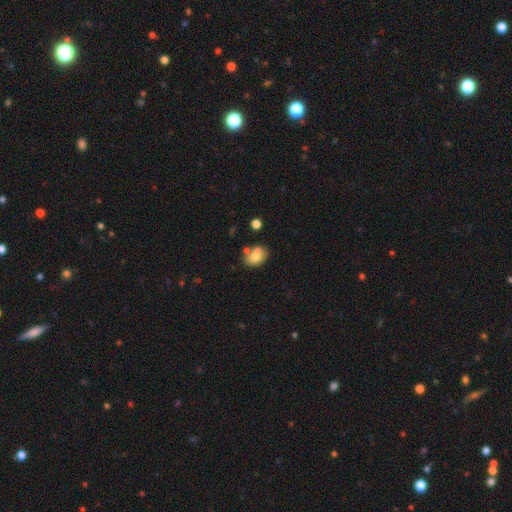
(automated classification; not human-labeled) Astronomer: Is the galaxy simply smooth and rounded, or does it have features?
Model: smooth — 75%.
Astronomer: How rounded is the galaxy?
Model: in between — 74%.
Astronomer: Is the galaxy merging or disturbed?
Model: none — 61%.